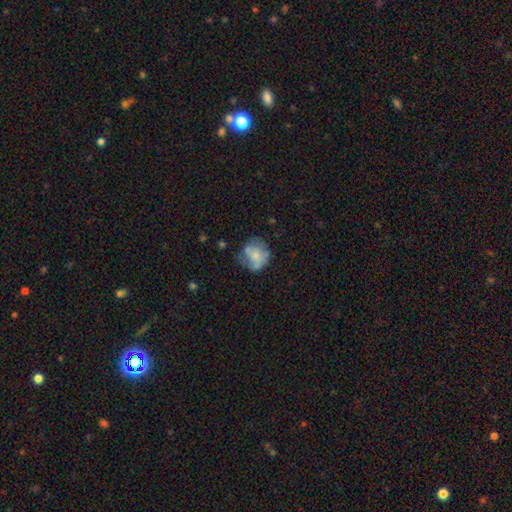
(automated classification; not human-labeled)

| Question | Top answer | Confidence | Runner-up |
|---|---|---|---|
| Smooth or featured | smooth | 60% | featured or disk (32%) |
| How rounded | round | 75% | in between (24%) |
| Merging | none | 50% | minor disturbance (29%) |